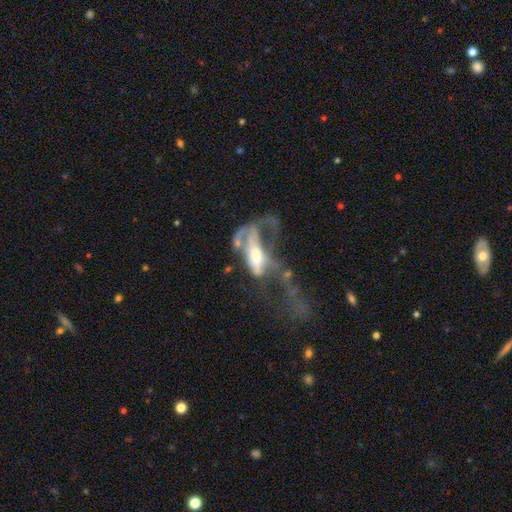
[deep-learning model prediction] Q: Smooth or featured?
A: featured or disk (62%); runner-up: smooth (28%)
Q: Edge-on disk?
A: no (83%); runner-up: yes (17%)
Q: Bar?
A: no (54%); runner-up: weak (24%)
Q: Spiral arms?
A: no (67%); runner-up: yes (33%)
Q: Bulge size?
A: moderate (49%); runner-up: large (24%)
Q: Merging?
A: major disturbance (60%); runner-up: merger (20%)